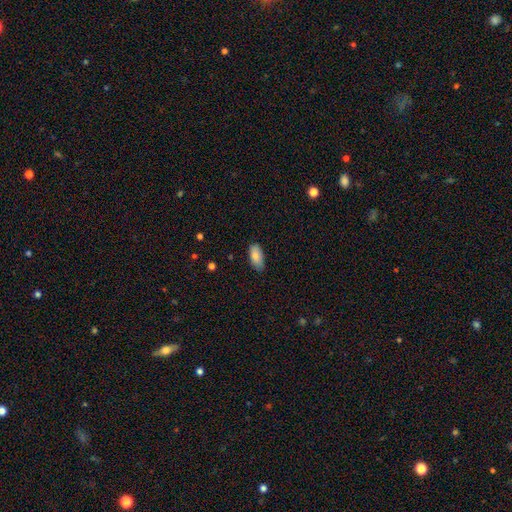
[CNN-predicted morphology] Smooth or featured? smooth (84%)
How rounded? in between (91%)
Merging? none (78%)